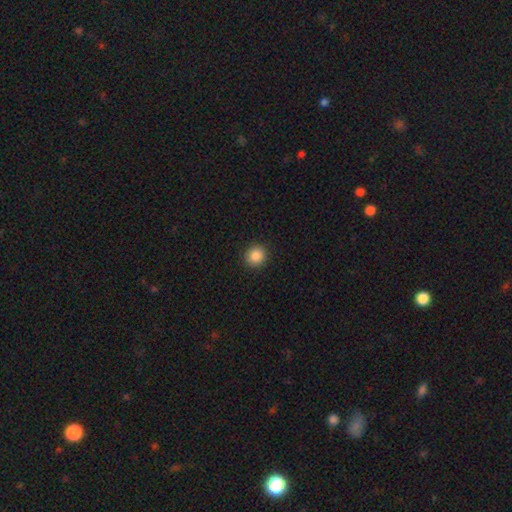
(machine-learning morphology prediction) Smooth or featured? smooth (87%)
How rounded? round (90%)
Merging? none (92%)